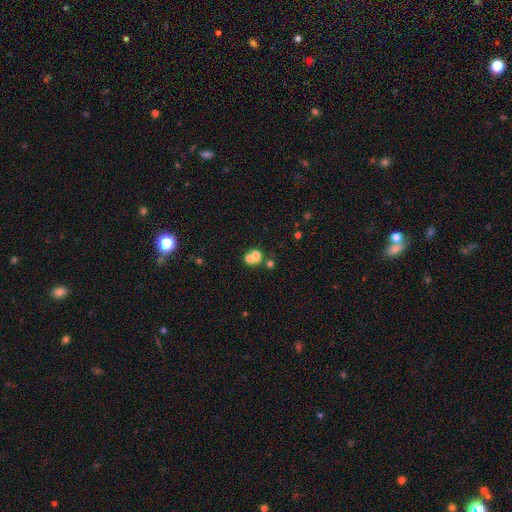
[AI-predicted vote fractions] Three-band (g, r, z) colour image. It shows a smooth galaxy with no disk features (62%) that is round (58%). Merging: merger (62%).